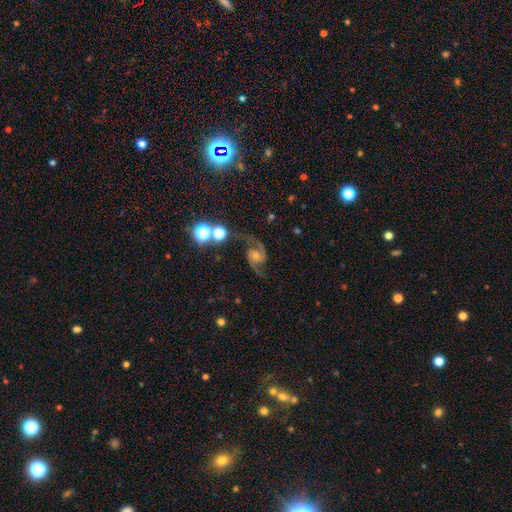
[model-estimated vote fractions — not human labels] smooth-or-featured: featured or disk: 86% | star or artifact: 9% | smooth: 5%
  disk-edge-on: no: 98% | yes: 2%
    bar: no: 63% | weak: 29% | strong: 7%
    has-spiral-arms: yes: 98% | no: 2%
      spiral-winding: medium: 47% | loose: 43% | tight: 10%
      spiral-arm-count: 2: 94% | can't tell: 2% | 1: 1% | 3: 1% | 4: 1% | more than 4: 1%
    bulge-size: moderate: 49% | small: 40% | large: 5% | none: 4% | dominant: 2%
  merging: none: 74% | minor disturbance: 14% | major disturbance: 8% | merger: 3%